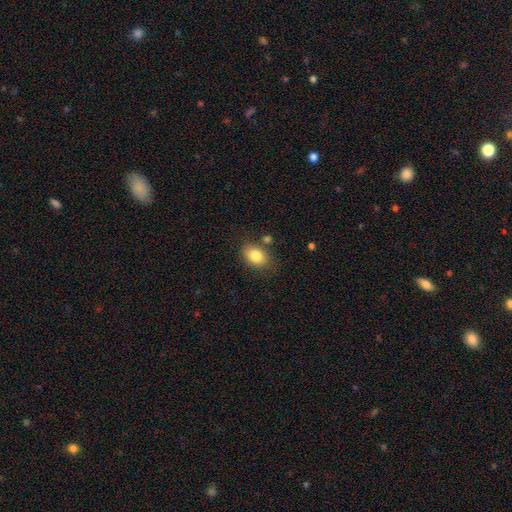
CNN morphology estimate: Smooth or featured? smooth (83%)
How rounded? in between (74%)
Merging? none (76%)